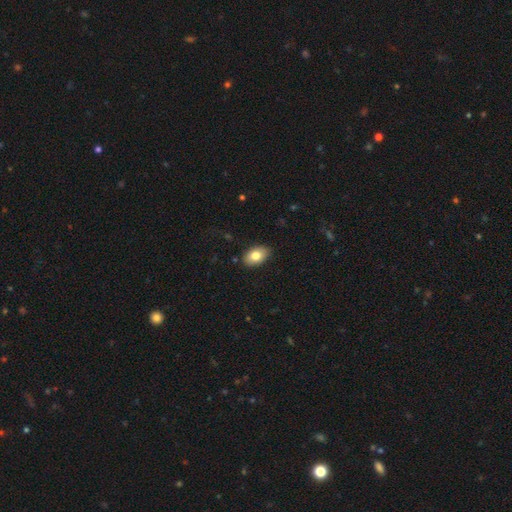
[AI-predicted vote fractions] smooth 80%, featured or disk 12%, star or artifact 7%. Down the decision tree: how rounded — in between (89%); merging — none (87%).